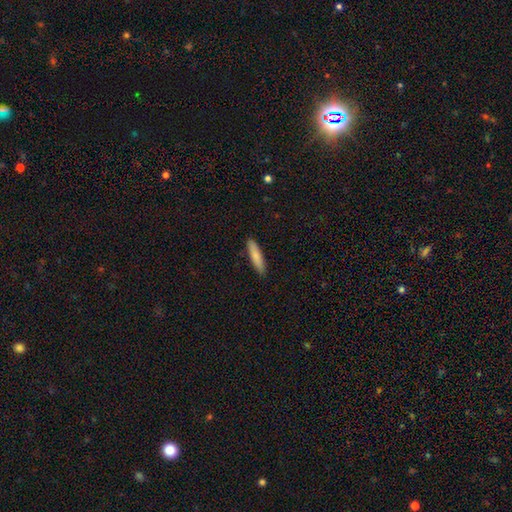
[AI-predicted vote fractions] This appears to be a smooth galaxy with no disk features (82%) that is cigar-shaped (82%). Merging: none (89%).